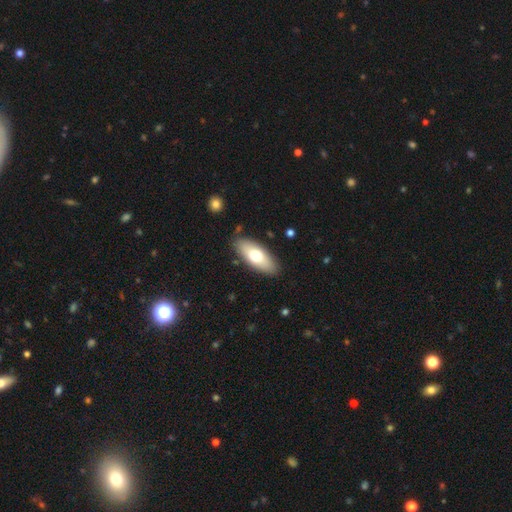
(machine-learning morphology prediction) A smooth galaxy with no disk features (69%) that is in between round and cigar-shaped (79%). Merging: none (87%).